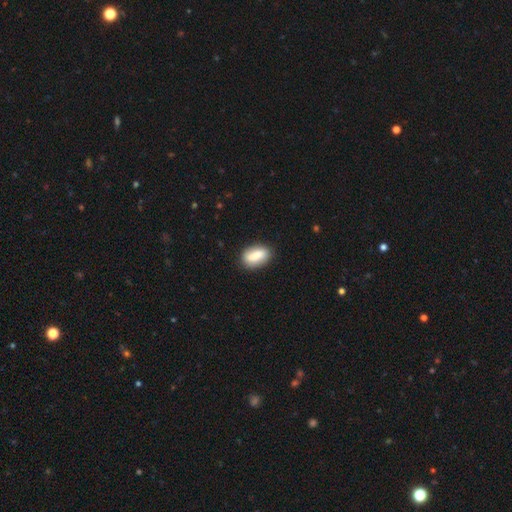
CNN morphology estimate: The model was most divided on "merging": none: 82%, minor disturbance: 13%, major disturbance: 3%, merger: 2%. More confident: how rounded — in between (87%); smooth or featured — smooth (82%).